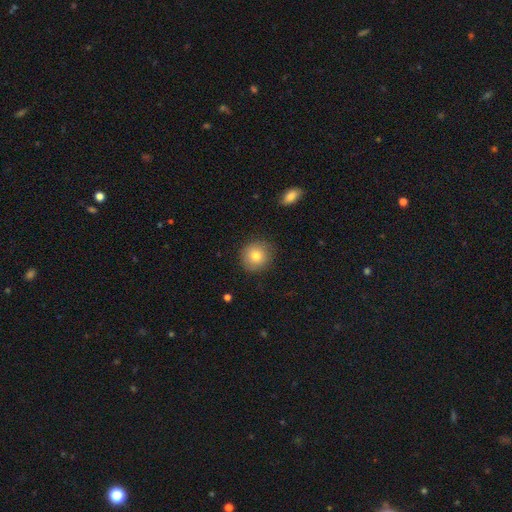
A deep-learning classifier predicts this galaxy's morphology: smooth-or-featured: smooth: 79% | featured or disk: 11% | star or artifact: 10%
  how-rounded: round: 89% | in between: 10% | cigar-shaped: 1%
  merging: none: 86% | minor disturbance: 11% | major disturbance: 3% | merger: 1%